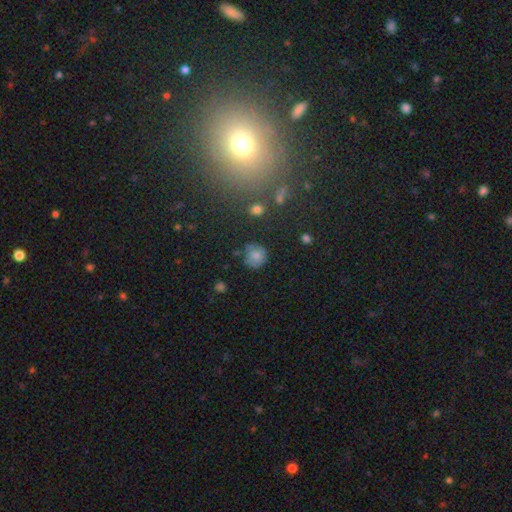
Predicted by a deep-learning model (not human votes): Overall: smooth (74%). How rounded: round (83%). Merging: none (65%).